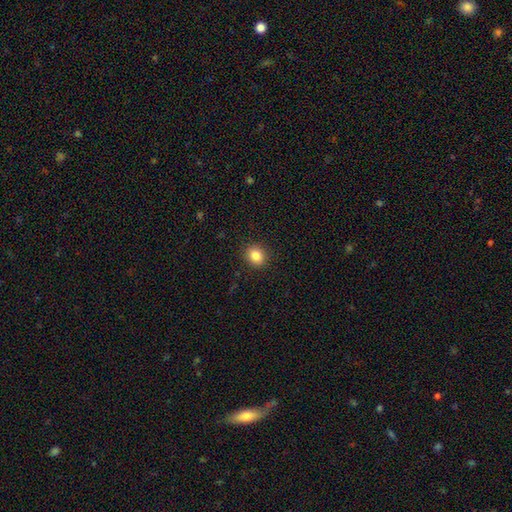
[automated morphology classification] type=smooth (84%); roundness=round (69%); merging=none (90%).